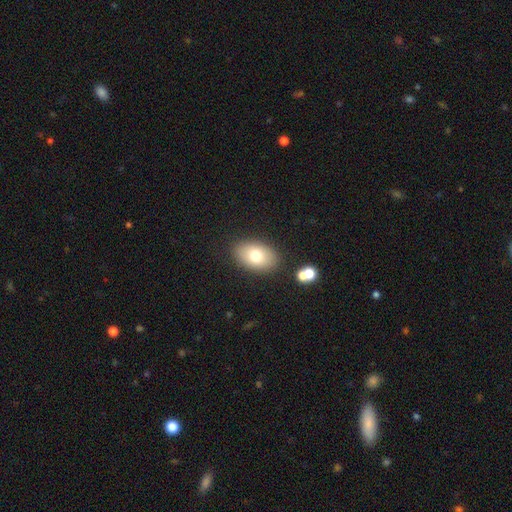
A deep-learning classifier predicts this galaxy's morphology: smooth 74%, featured or disk 17%, star or artifact 9%. Down the decision tree: how rounded — in between (88%); merging — none (85%).